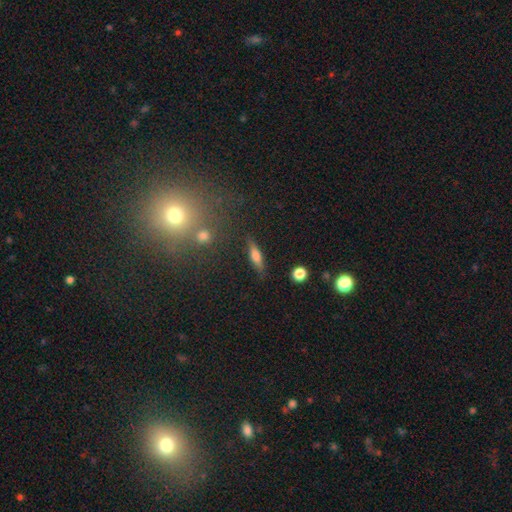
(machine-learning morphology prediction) This is possibly a smooth galaxy (55%). How rounded: likely cigar-shaped (67%). Merging: clearly none (82%).